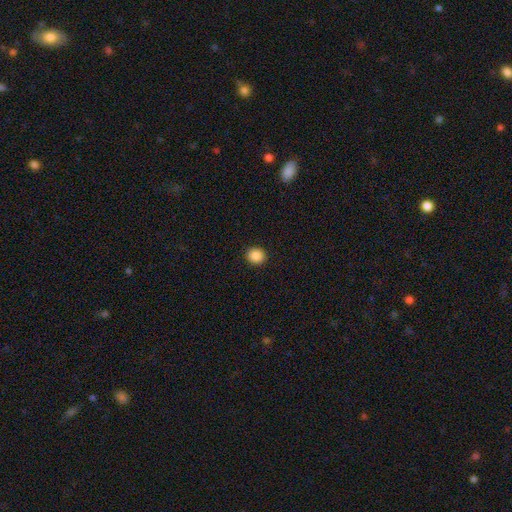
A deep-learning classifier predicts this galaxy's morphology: This is clearly a smooth galaxy (88%). How rounded: clearly round (88%). Merging: clearly none (92%).